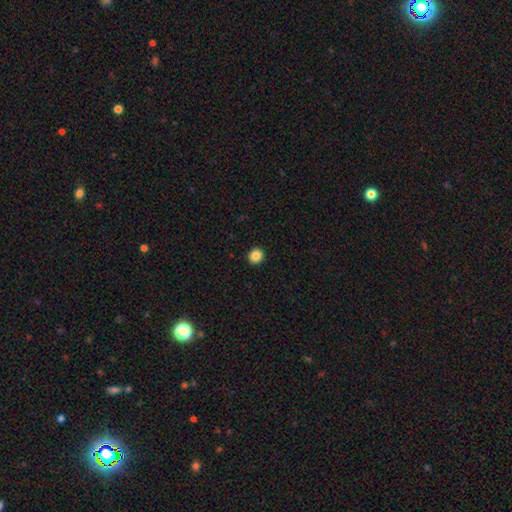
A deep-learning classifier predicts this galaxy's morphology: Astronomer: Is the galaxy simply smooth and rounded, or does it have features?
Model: smooth — 86%.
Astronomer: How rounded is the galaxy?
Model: round — 92%.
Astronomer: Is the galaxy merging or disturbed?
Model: none — 93%.